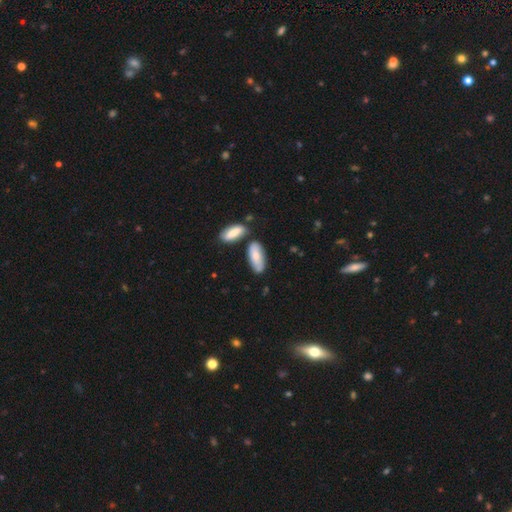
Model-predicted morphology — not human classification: smooth 71%, featured or disk 24%, star or artifact 6%. Down the decision tree: how rounded — in between (82%); merging — none (66%).